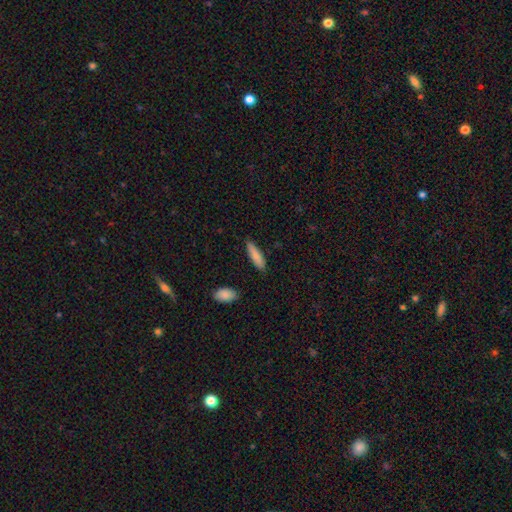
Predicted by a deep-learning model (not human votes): Overall: smooth (84%). How rounded: cigar-shaped (64%; in between 34%). Merging: none (84%).